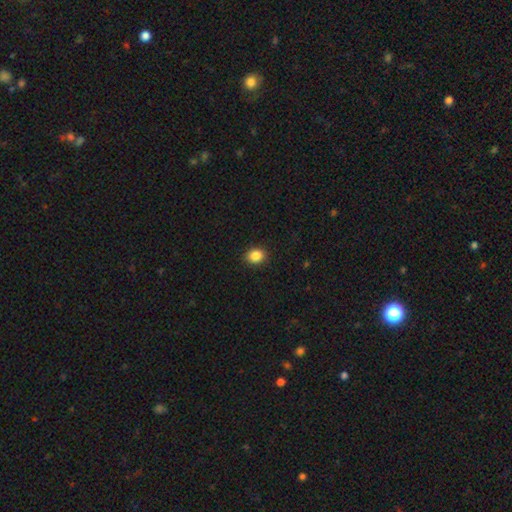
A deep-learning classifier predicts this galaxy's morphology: Smooth or featured? Predicted: smooth (p=0.87). How rounded? Predicted: round (p=0.56). Merging? Predicted: none (p=0.91).